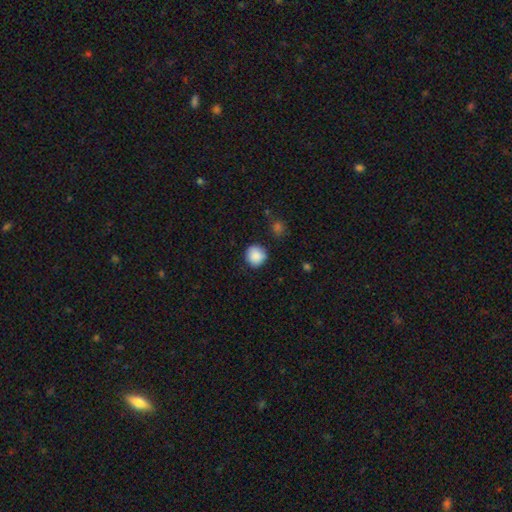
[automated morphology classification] Smooth or featured? Predicted: smooth (p=0.88). How rounded? Predicted: round (p=0.92). Merging? Predicted: none (p=0.85).